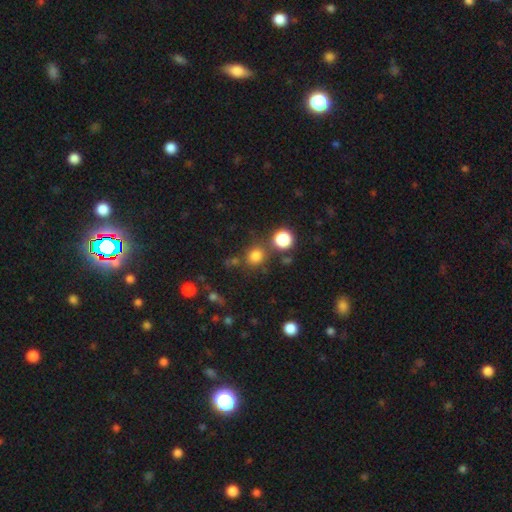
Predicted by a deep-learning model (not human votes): A smooth galaxy with no disk features (78%) that is round (81%). Merging: none (76%).